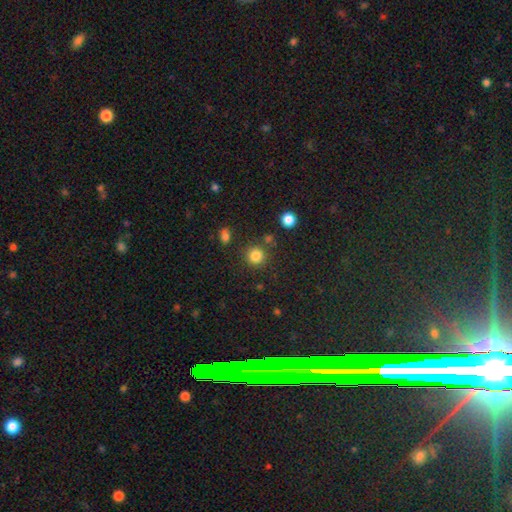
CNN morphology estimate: smooth 83%, star or artifact 12%, featured or disk 5%. Down the decision tree: how rounded — round (92%); merging — none (84%).